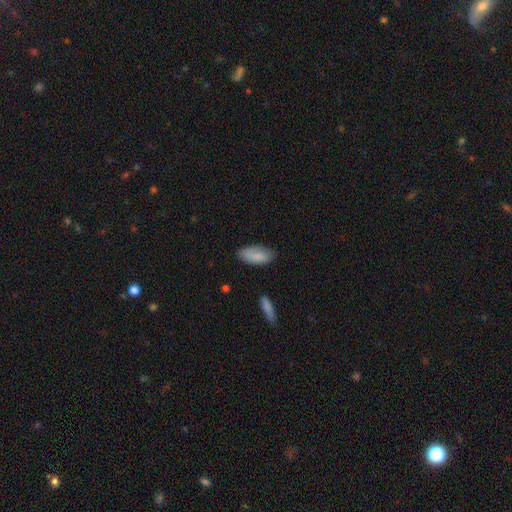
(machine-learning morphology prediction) Smooth or featured?
  - smooth: 84% *
  - featured or disk: 10%
  - star or artifact: 6%
How rounded?
  - in between: 89% *
  - cigar-shaped: 9%
  - round: 2%
Merging?
  - none: 74% *
  - minor disturbance: 21%
  - major disturbance: 4%
  - merger: 2%